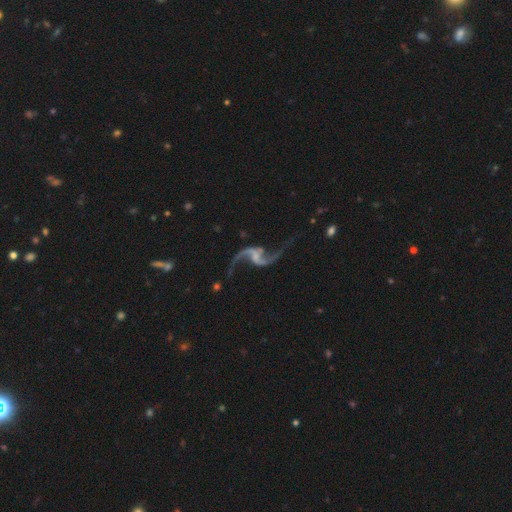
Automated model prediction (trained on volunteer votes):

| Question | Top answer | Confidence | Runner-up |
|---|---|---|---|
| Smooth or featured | featured or disk | 93% | star or artifact (4%) |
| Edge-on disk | no | 97% | yes (3%) |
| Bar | weak | 43% | no (37%) |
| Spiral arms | yes | 98% | no (2%) |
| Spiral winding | loose | 91% | medium (7%) |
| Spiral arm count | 2 | 94% | 1 (2%) |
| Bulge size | none | 51% | small (31%) |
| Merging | none | 72% | minor disturbance (14%) |